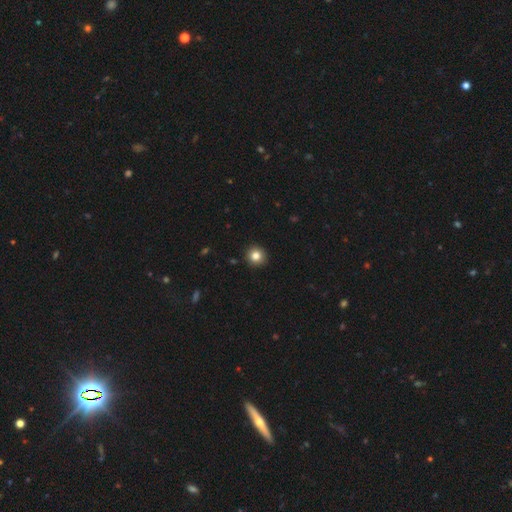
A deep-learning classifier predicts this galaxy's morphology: The model was most divided on "smooth or featured": smooth: 83%, star or artifact: 10%, featured or disk: 6%. More confident: how rounded — round (94%); merging — none (93%).